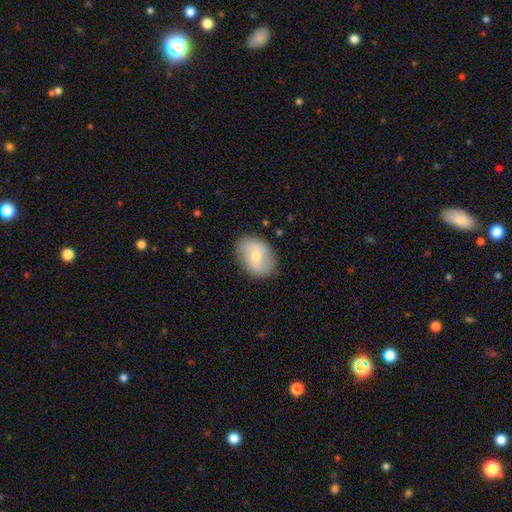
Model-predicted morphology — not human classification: Overall: smooth (47%; featured or disk 46%). Merging: none (82%).